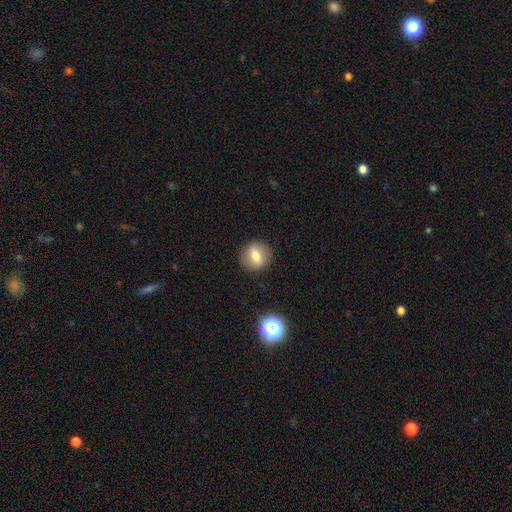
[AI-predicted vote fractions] smooth-or-featured: smooth: 62% | featured or disk: 27% | star or artifact: 11%
  how-rounded: round: 78% | in between: 20% | cigar-shaped: 2%
  merging: none: 87% | minor disturbance: 9% | major disturbance: 3% | merger: 1%